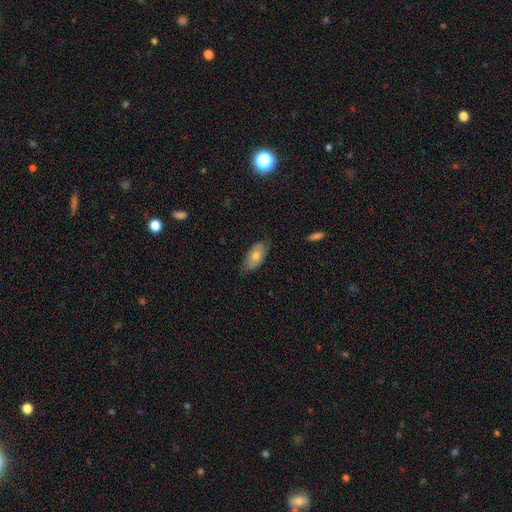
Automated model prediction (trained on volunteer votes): Q: Smooth or featured?
A: smooth (67%); runner-up: featured or disk (27%)
Q: How rounded?
A: in between (90%); runner-up: cigar-shaped (6%)
Q: Merging?
A: none (73%); runner-up: minor disturbance (23%)